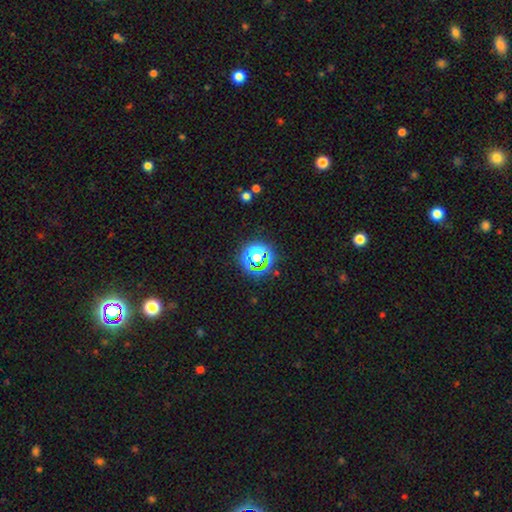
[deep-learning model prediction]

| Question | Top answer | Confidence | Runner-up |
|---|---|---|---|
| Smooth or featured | star or artifact | 53% | smooth (37%) |